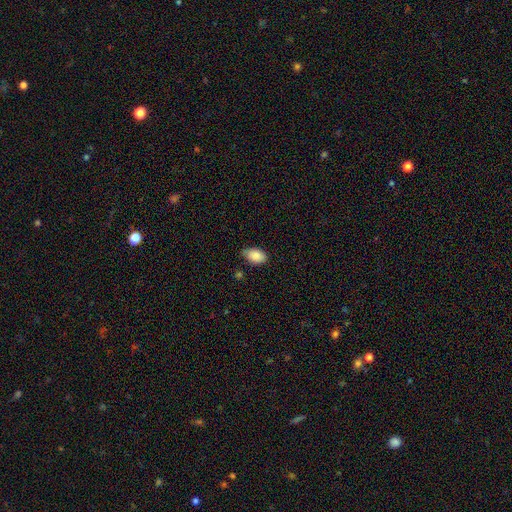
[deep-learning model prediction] Smooth or featured: smooth — 87% (star or artifact — 7%)
How rounded: in between — 91% (round — 8%)
Merging: none — 68% (minor disturbance — 27%)